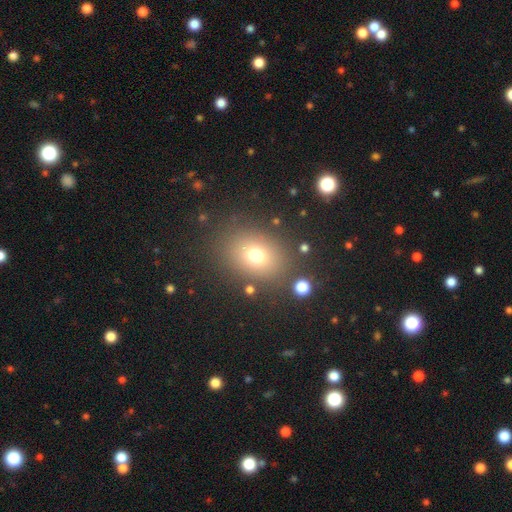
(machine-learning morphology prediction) smooth-or-featured: smooth: 73% | star or artifact: 16% | featured or disk: 12%
  how-rounded: in between: 52% | round: 47% | cigar-shaped: 1%
  merging: none: 82% | minor disturbance: 10% | major disturbance: 5% | merger: 3%